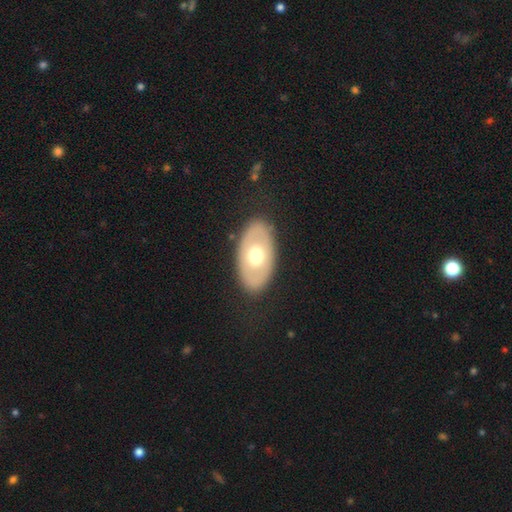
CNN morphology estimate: A smooth galaxy with no disk features (49%).

Vote fractions:
- Smooth or featured? smooth: 49% / featured or disk: 46% / star or artifact: 5%
- Merging? none: 85% / minor disturbance: 10% / major disturbance: 4% / merger: 1%